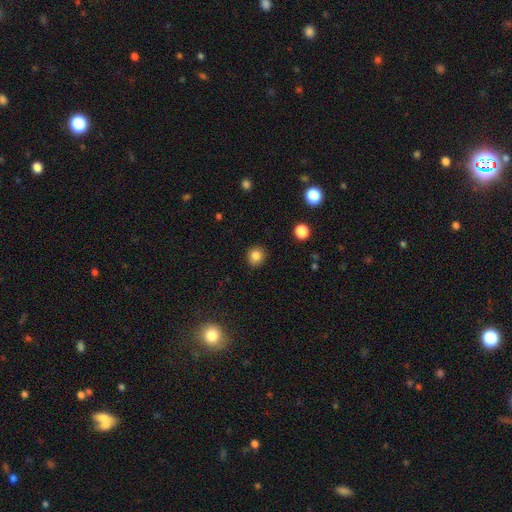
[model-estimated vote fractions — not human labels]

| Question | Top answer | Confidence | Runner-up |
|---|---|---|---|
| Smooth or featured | smooth | 83% | star or artifact (11%) |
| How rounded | round | 86% | in between (13%) |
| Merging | none | 90% | minor disturbance (7%) |